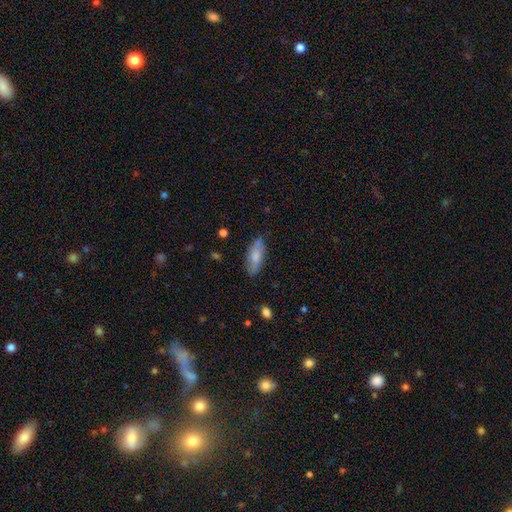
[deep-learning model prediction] A smooth galaxy with no disk features (73%) that is in between round and cigar-shaped (76%). Merging: none (71%).